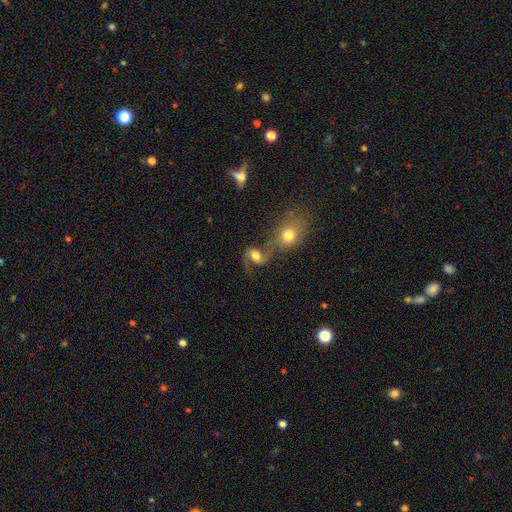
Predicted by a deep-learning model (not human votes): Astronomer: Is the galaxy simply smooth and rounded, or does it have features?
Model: featured or disk — 61%.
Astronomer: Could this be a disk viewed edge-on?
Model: no — 97%.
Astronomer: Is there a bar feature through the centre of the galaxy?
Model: no — 53% (runner-up: weak, 35%).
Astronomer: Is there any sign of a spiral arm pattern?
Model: yes — 87%.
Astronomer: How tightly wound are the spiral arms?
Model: loose — 56% (runner-up: medium, 36%).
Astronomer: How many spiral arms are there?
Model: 2 — 87%.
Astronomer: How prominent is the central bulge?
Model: moderate — 52% (runner-up: large, 31%).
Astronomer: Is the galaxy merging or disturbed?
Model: merger — 46% (runner-up: none, 33%).